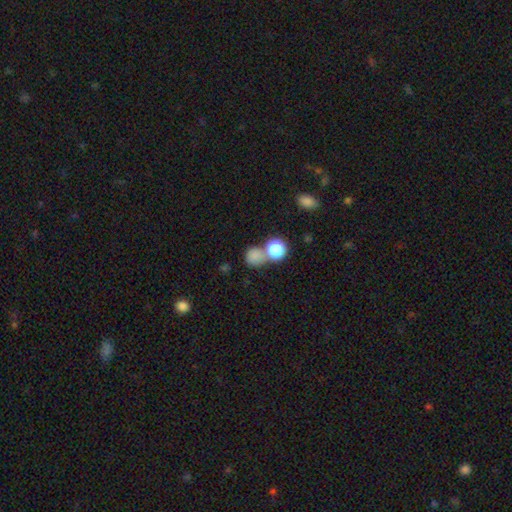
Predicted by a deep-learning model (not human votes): A smooth galaxy with no disk features (81%) that is round (79%).

Vote fractions:
- Smooth or featured? smooth: 81% / star or artifact: 12% / featured or disk: 7%
- How rounded? round: 79% / in between: 19% / cigar-shaped: 1%
- Merging? merger: 44% / none: 42% / minor disturbance: 9% / major disturbance: 6%